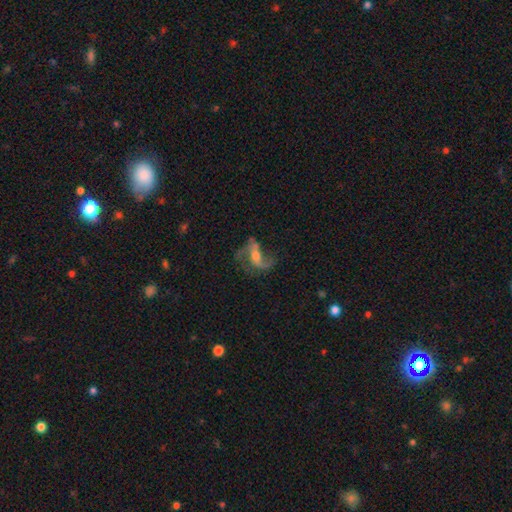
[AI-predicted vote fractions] Morphology: type=featured or disk (81%); edge-on=no (96%); bar=weak (41%); spiral arms=yes (92%); winding=loose (68%); arm count=2 (79%); bulge=moderate (52%); merging=none (56%).